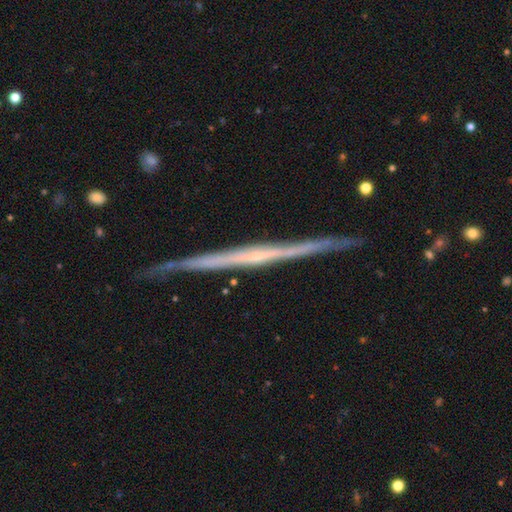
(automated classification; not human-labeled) Q: Smooth or featured?
A: featured or disk (80%); runner-up: smooth (14%)
Q: Edge-on disk?
A: yes (98%); runner-up: no (2%)
Q: Edge-on bulge?
A: none (66%); runner-up: rounded (27%)
Q: Merging?
A: none (88%); runner-up: minor disturbance (9%)